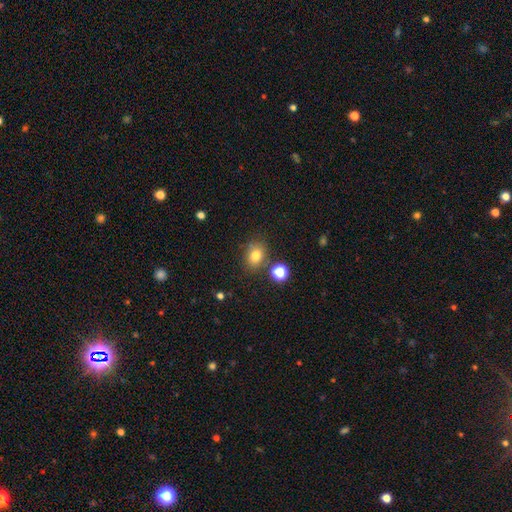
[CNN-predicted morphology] Overall: smooth (77%). How rounded: in between (53%; round 46%). Merging: none (76%).